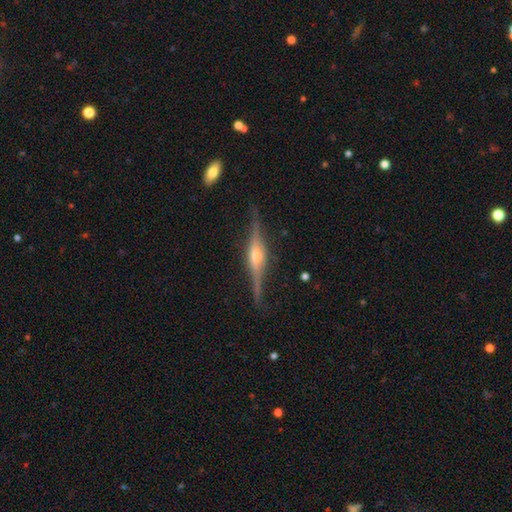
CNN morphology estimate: Smooth or featured? Predicted: featured or disk (p=0.86). Edge-on disk? Predicted: yes (p=0.98). Edge-on bulge? Predicted: rounded (p=0.81). Merging? Predicted: none (p=0.86).